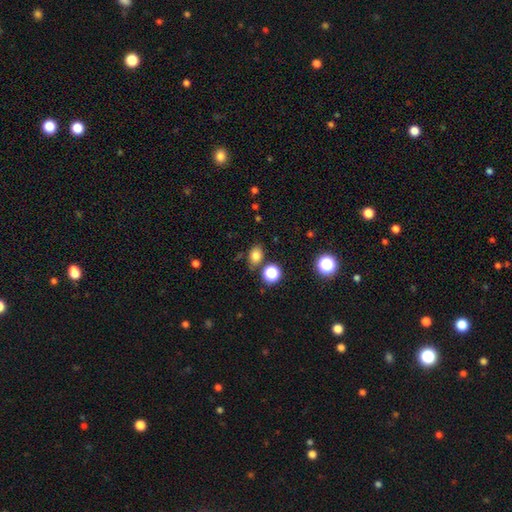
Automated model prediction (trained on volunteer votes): smooth-or-featured: smooth: 78% | star or artifact: 16% | featured or disk: 6%
  how-rounded: in between: 66% | round: 32% | cigar-shaped: 1%
  merging: none: 76% | minor disturbance: 13% | merger: 8% | major disturbance: 4%